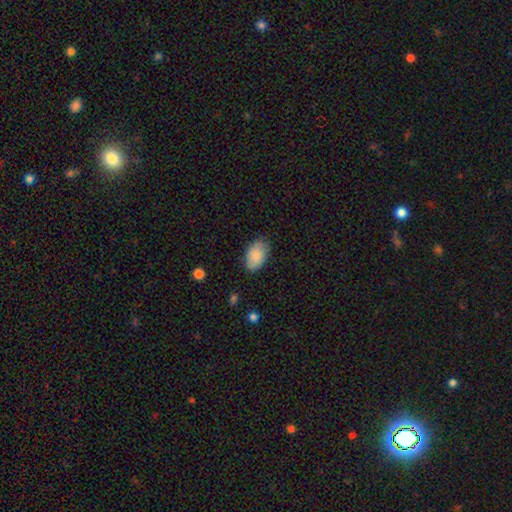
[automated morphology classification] Smooth or featured?
  - smooth: 86% *
  - featured or disk: 8%
  - star or artifact: 6%
How rounded?
  - in between: 92% *
  - round: 7%
  - cigar-shaped: 1%
Merging?
  - none: 79% *
  - minor disturbance: 16%
  - major disturbance: 3%
  - merger: 1%